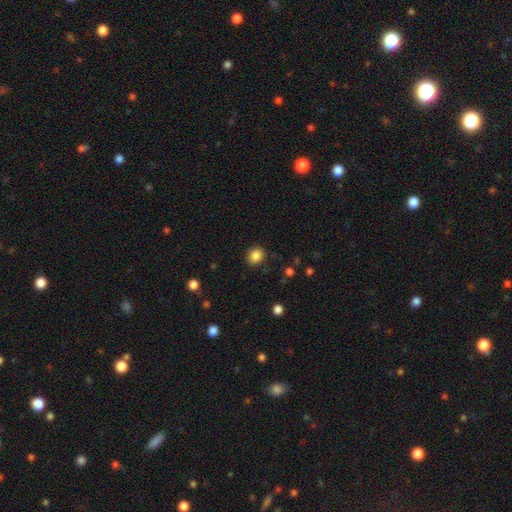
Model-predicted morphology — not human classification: Smooth or featured? smooth (86%)
How rounded? round (74%)
Merging? none (88%)